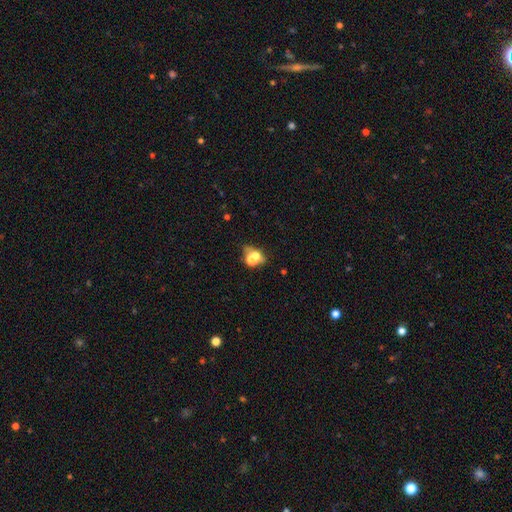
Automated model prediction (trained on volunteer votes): smooth 58%, featured or disk 22%, star or artifact 19%. Down the decision tree: how rounded — round (50%); merging — merger (44%).